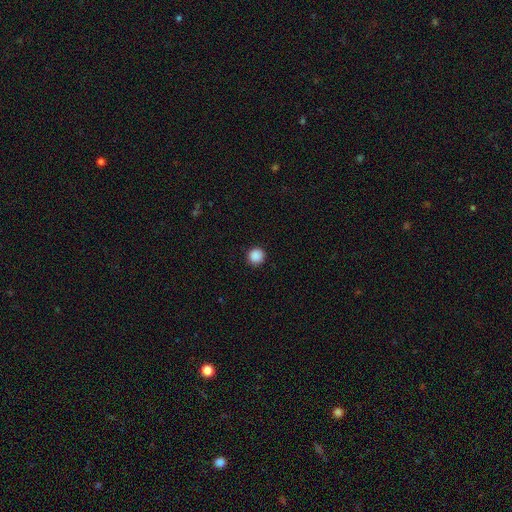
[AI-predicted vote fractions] Smooth or featured: smooth — 89% (star or artifact — 9%)
How rounded: round — 96% (in between — 3%)
Merging: none — 93% (minor disturbance — 4%)